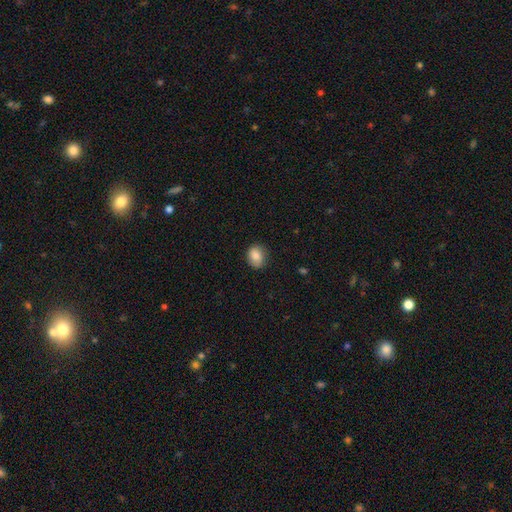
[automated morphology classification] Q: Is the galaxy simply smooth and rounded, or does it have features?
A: smooth — 86%.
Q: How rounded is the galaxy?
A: in between — 53%.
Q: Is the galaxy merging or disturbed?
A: none — 79%.